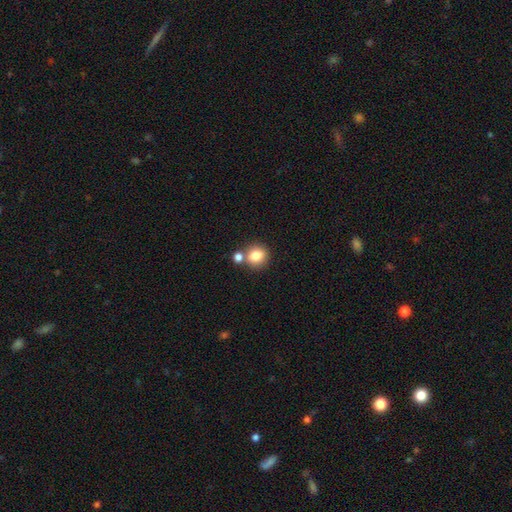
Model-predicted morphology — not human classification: Smooth or featured? smooth (81%)
How rounded? round (82%)
Merging? none (62%)